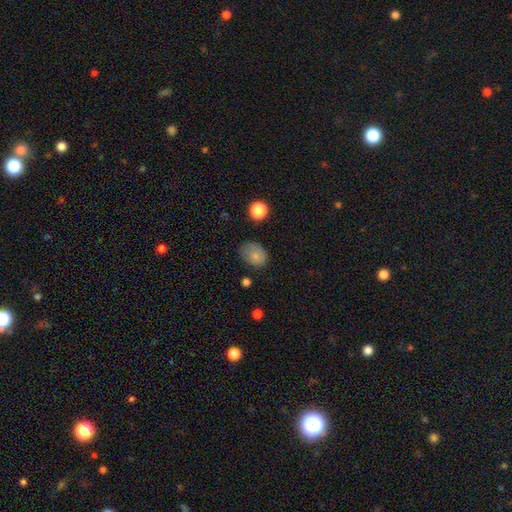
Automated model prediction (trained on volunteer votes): Smooth or featured: smooth — 80% (star or artifact — 10%)
How rounded: in between — 67% (round — 32%)
Merging: none — 55% (minor disturbance — 32%)